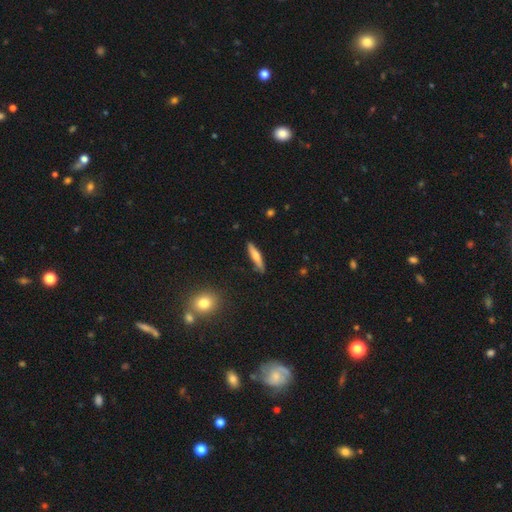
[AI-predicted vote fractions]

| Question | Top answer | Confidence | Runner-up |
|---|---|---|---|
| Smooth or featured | smooth | 58% | featured or disk (36%) |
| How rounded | cigar-shaped | 87% | in between (11%) |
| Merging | none | 88% | minor disturbance (9%) |